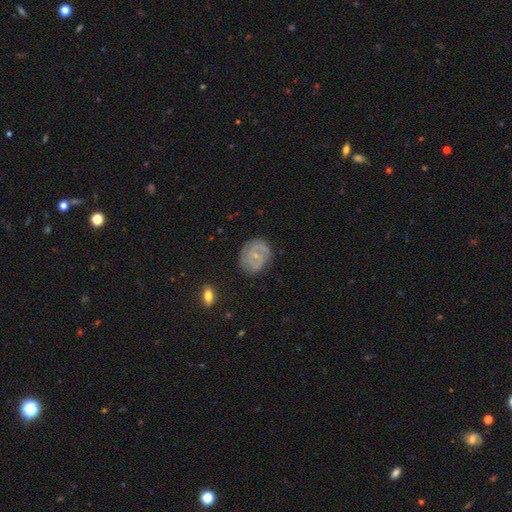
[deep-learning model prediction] Morphology: type=featured or disk (75%); edge-on=no (98%); bar=no (56%); spiral arms=yes (91%); winding=tight (56%); arm count=2 (54%); bulge=small (74%); merging=none (78%).